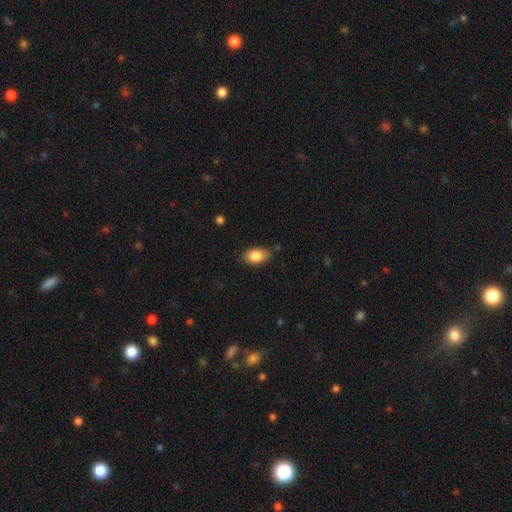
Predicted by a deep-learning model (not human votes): Smooth or featured?
  - smooth: 85% *
  - star or artifact: 8%
  - featured or disk: 7%
How rounded?
  - in between: 88% *
  - round: 10%
  - cigar-shaped: 2%
Merging?
  - none: 74% *
  - minor disturbance: 20%
  - major disturbance: 3%
  - merger: 3%